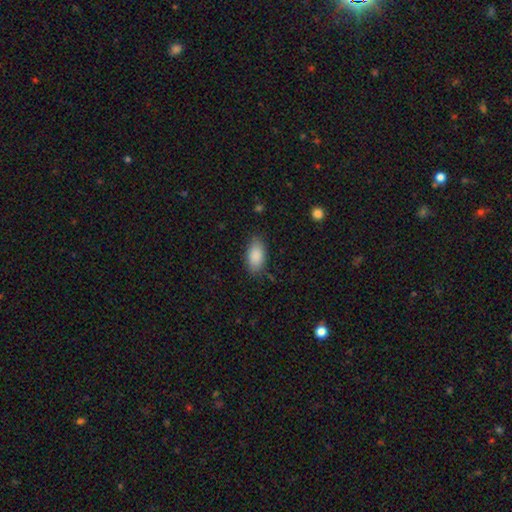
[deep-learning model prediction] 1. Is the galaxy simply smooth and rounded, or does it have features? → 88% smooth, 7% star or artifact, 5% featured or disk.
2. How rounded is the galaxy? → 93% in between, 4% cigar-shaped, 3% round.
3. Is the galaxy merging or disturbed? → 82% none, 13% minor disturbance, 3% major disturbance, 1% merger.